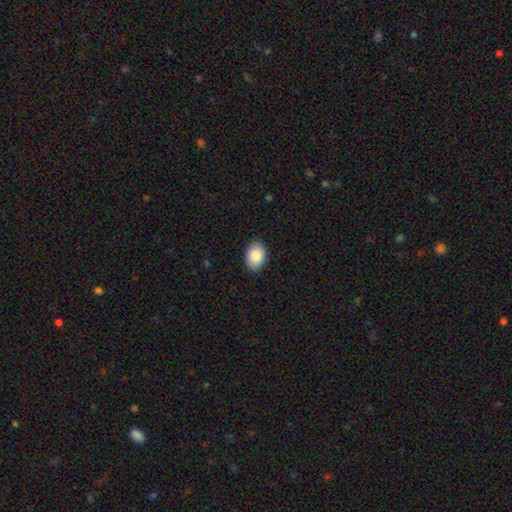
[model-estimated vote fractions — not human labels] Q: Smooth or featured?
A: smooth (88%); runner-up: star or artifact (7%)
Q: How rounded?
A: in between (83%); runner-up: round (16%)
Q: Merging?
A: none (89%); runner-up: minor disturbance (9%)